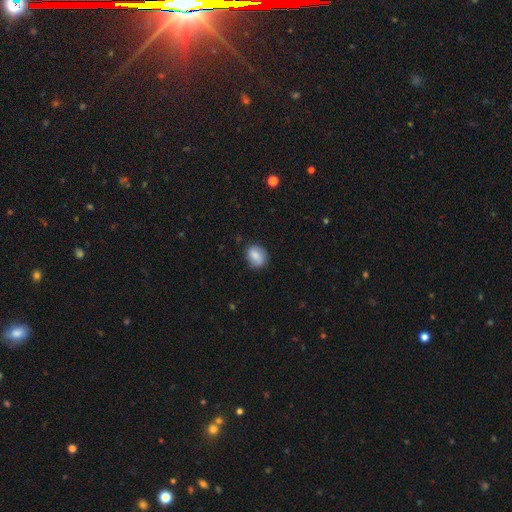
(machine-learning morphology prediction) Smooth or featured? Predicted: smooth (p=0.70). How rounded? Predicted: round (p=0.58). Merging? Predicted: none (p=0.77).